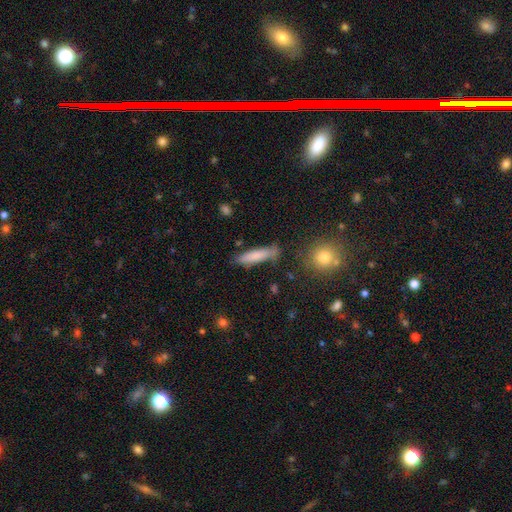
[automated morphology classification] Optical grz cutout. It shows a smooth galaxy with no disk features (78%) that is cigar-shaped (78%). Merging: none (76%).